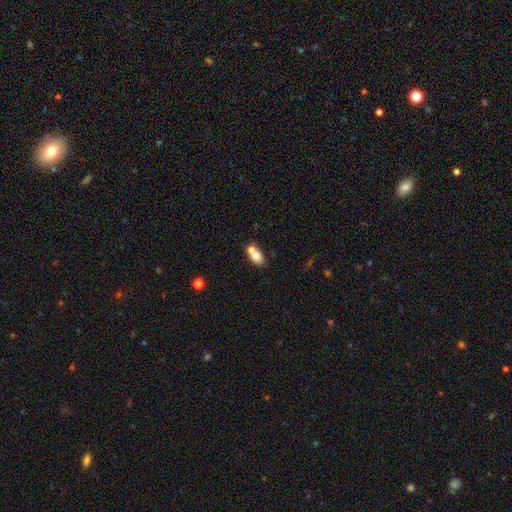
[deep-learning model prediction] Overall: smooth (73%). How rounded: in between (79%). Merging: merger (52%; none 34%).